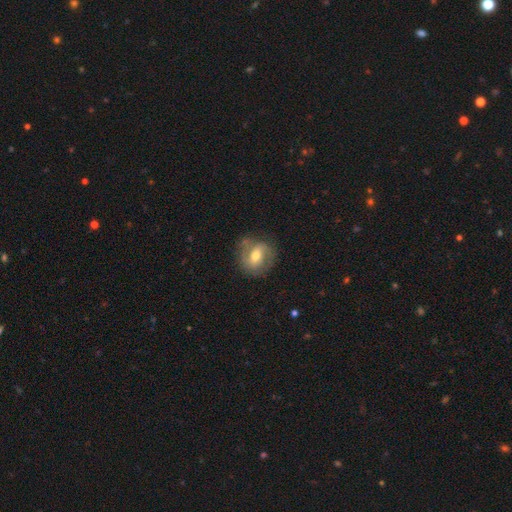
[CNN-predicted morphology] featured or disk 58%, smooth 35%, star or artifact 7%. Down the decision tree: edge-on disk — no (96%); bar — weak (45%); spiral arms — yes (72%); bulge size — moderate (70%); merging — none (70%).